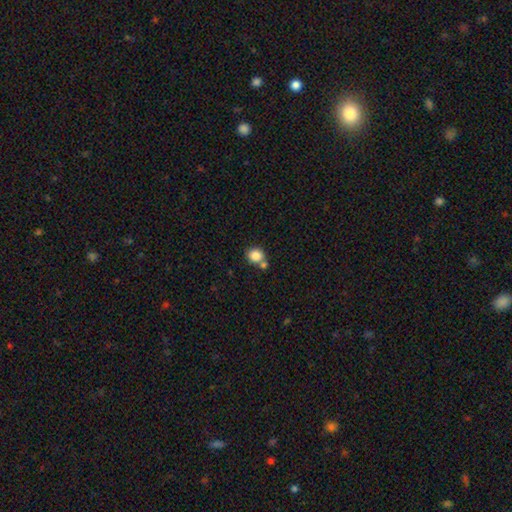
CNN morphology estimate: This is clearly a smooth galaxy (85%). How rounded: likely round (78%). Merging: possibly none (56%).